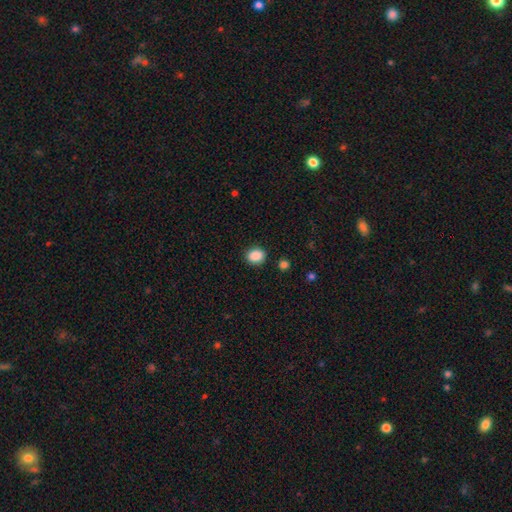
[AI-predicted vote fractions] smooth 88%, star or artifact 9%, featured or disk 3%. Down the decision tree: how rounded — round (50%); merging — none (87%).